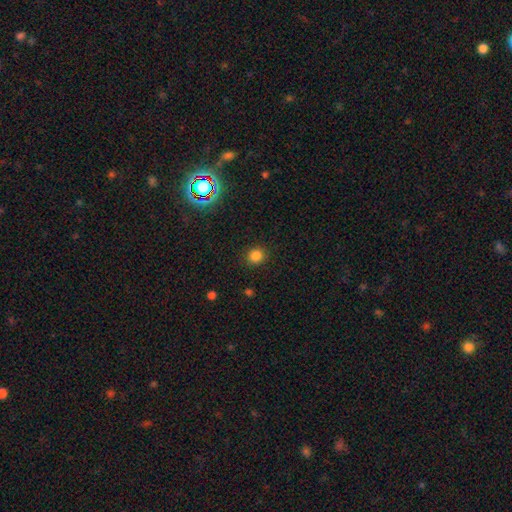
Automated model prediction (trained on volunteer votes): Smooth or featured?
  - smooth: 82% *
  - star or artifact: 14%
  - featured or disk: 4%
How rounded?
  - round: 85% *
  - in between: 14%
  - cigar-shaped: 1%
Merging?
  - none: 89% *
  - minor disturbance: 7%
  - major disturbance: 3%
  - merger: 1%